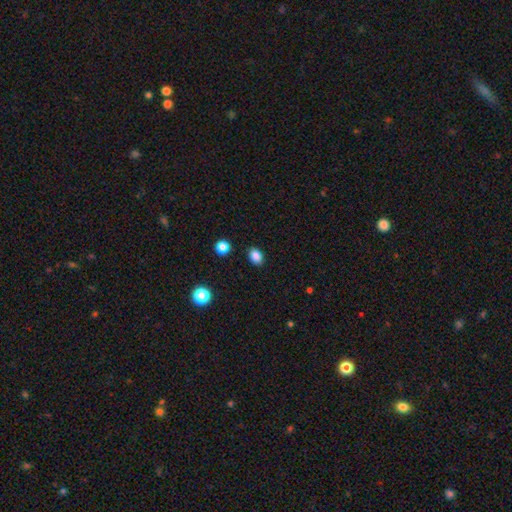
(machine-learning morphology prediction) This is clearly a smooth galaxy (85%). How rounded: likely in between (70%). Merging: clearly none (88%).